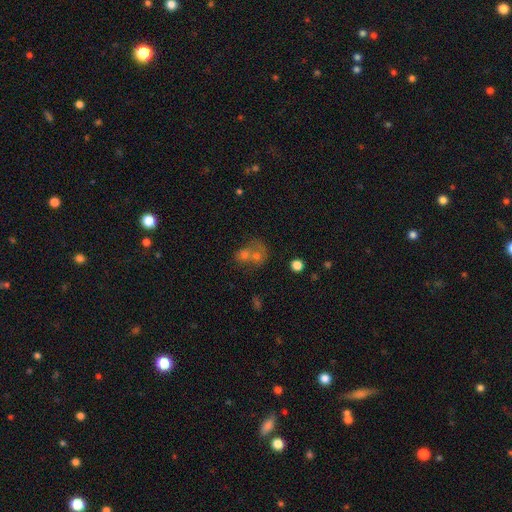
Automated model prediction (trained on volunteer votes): Smooth or featured? smooth (52%)
How rounded? round (62%)
Merging? merger (61%)